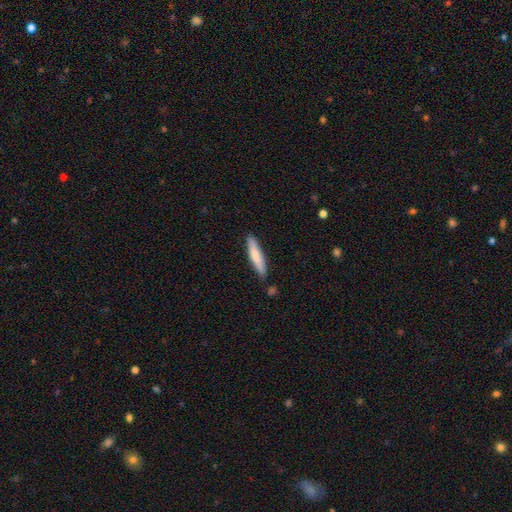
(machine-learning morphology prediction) The model was most divided on "smooth or featured": smooth: 74%, featured or disk: 21%, star or artifact: 5%. More confident: how rounded — cigar-shaped (87%); merging — none (85%).